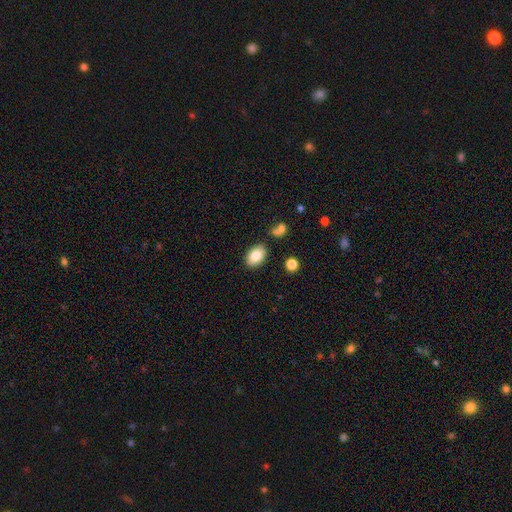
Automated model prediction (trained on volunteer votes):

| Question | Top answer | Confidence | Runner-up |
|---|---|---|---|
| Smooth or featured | smooth | 83% | featured or disk (9%) |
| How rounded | in between | 88% | round (11%) |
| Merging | none | 83% | minor disturbance (11%) |